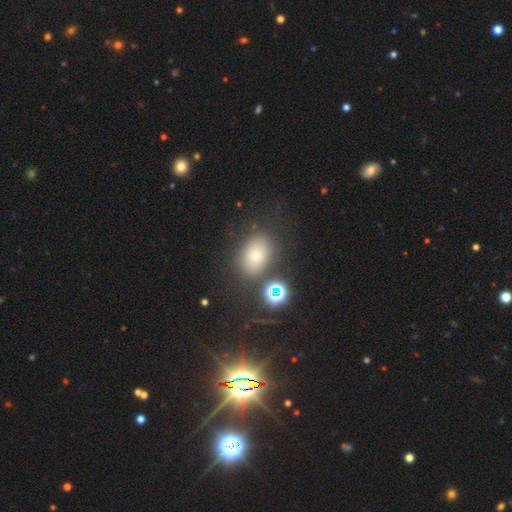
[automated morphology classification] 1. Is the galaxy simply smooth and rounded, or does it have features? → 71% smooth, 16% star or artifact, 12% featured or disk.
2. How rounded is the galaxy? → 69% in between, 30% round, 1% cigar-shaped.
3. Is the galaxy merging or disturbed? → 76% none, 12% minor disturbance, 6% merger, 5% major disturbance.